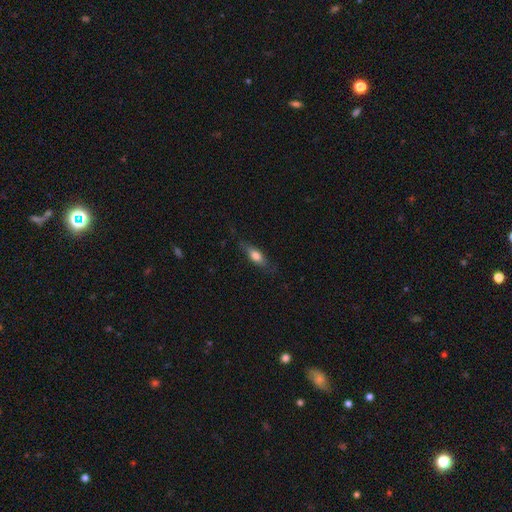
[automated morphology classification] smooth-or-featured: smooth: 68% | featured or disk: 26% | star or artifact: 7%
  how-rounded: in between: 59% | cigar-shaped: 38% | round: 3%
  merging: none: 76% | minor disturbance: 18% | major disturbance: 5% | merger: 1%